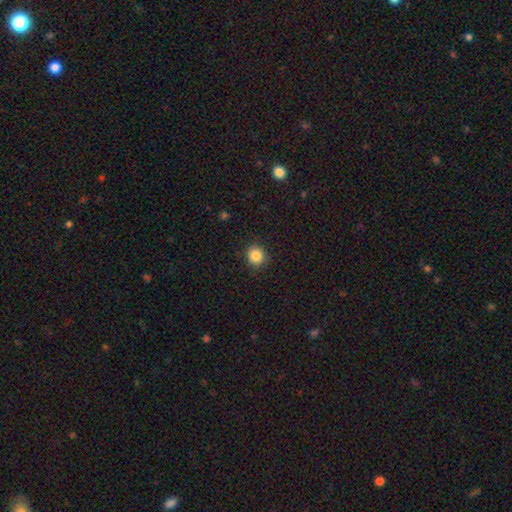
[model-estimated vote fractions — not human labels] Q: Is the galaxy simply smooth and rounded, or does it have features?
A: smooth — 85%.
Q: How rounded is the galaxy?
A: round — 90%.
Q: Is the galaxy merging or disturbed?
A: none — 91%.